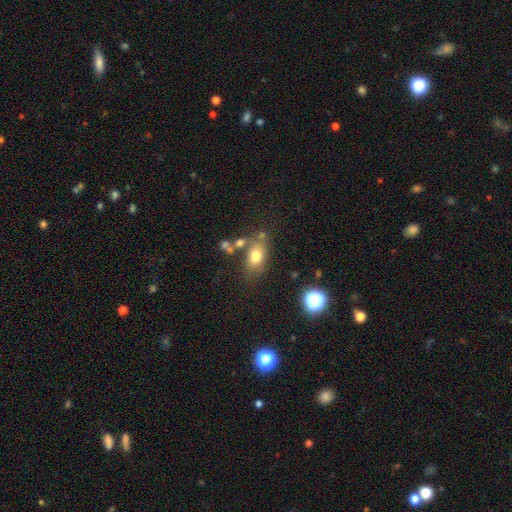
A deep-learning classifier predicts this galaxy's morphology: Smooth or featured? Predicted: smooth (p=0.75). How rounded? Predicted: in between (p=0.80). Merging? Predicted: none (p=0.63).